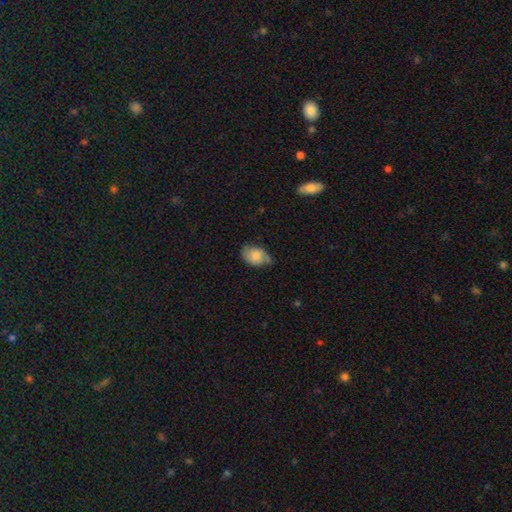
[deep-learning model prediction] A smooth galaxy with no disk features (70%) that is in between round and cigar-shaped (87%). Merging: none (57%).